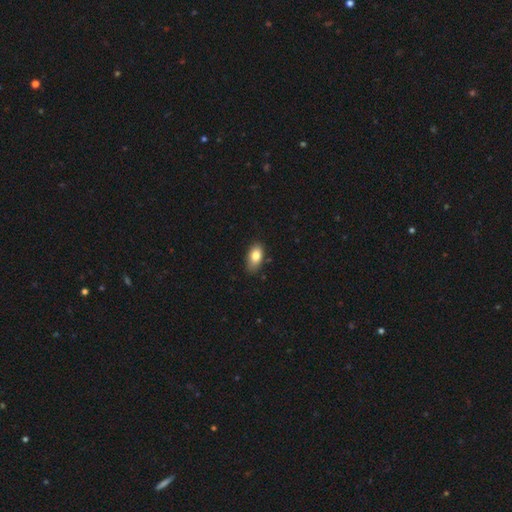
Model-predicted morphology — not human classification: type=smooth (80%); roundness=in between (90%); merging=none (78%).